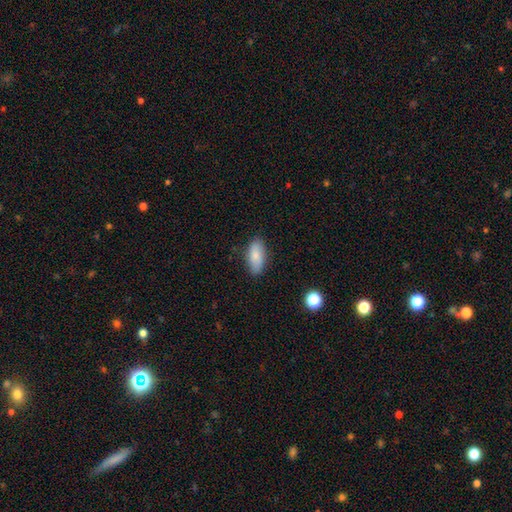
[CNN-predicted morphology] Smooth or featured?
  - smooth: 84% *
  - featured or disk: 9%
  - star or artifact: 7%
How rounded?
  - in between: 86% *
  - cigar-shaped: 12%
  - round: 3%
Merging?
  - none: 84% *
  - minor disturbance: 13%
  - major disturbance: 3%
  - merger: 1%